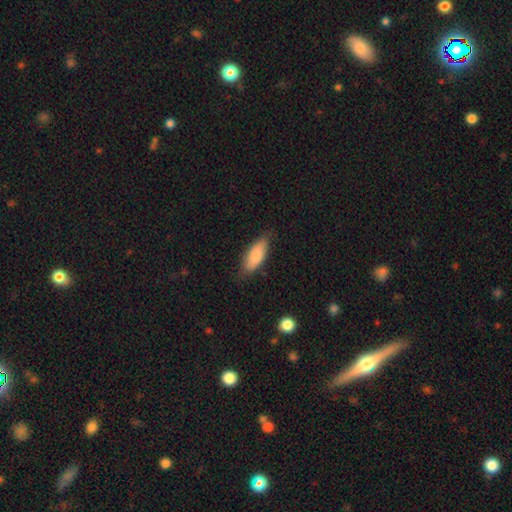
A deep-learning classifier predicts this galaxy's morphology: This appears to be a smooth galaxy with no disk features (83%) that is in between round and cigar-shaped (76%). Merging: none (77%).